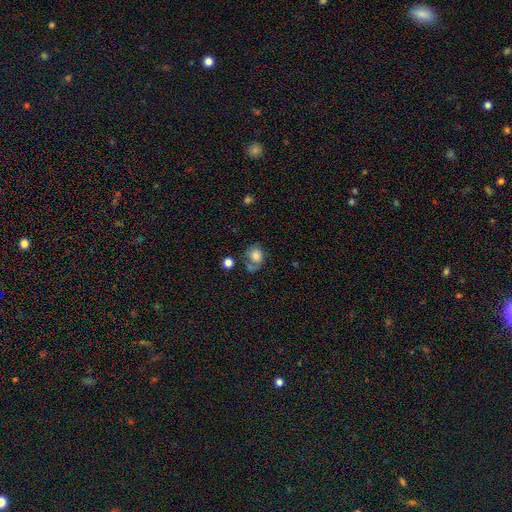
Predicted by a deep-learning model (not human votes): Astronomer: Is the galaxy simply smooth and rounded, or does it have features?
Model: smooth — 75%.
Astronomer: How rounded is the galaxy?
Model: round — 59% (runner-up: in between, 40%).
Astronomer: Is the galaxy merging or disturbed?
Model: none — 40% (runner-up: minor disturbance, 24%).